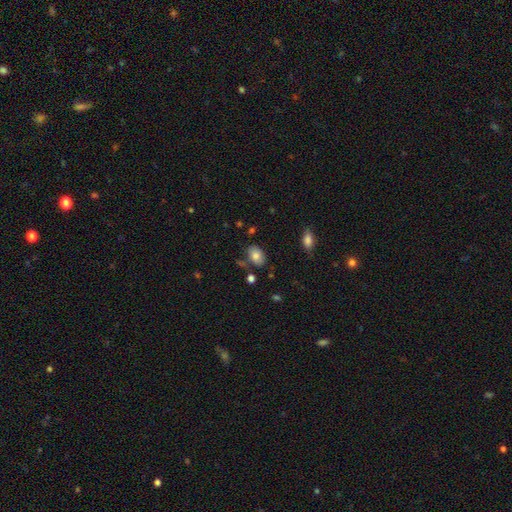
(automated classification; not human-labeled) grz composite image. It shows a smooth galaxy with no disk features (81%) that is in between round and cigar-shaped (86%). Merging: none (72%).